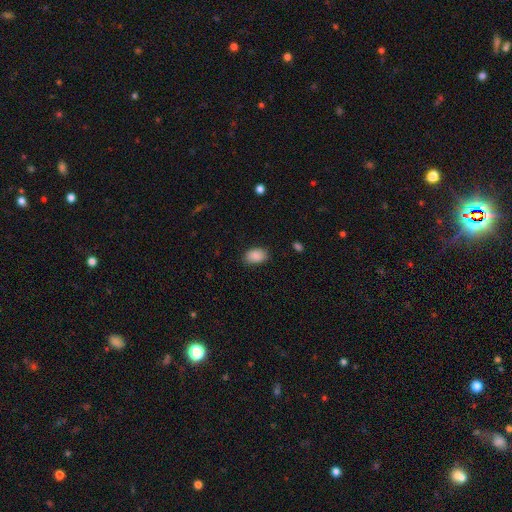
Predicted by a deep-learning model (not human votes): Smooth or featured? smooth (87%)
How rounded? in between (87%)
Merging? none (84%)